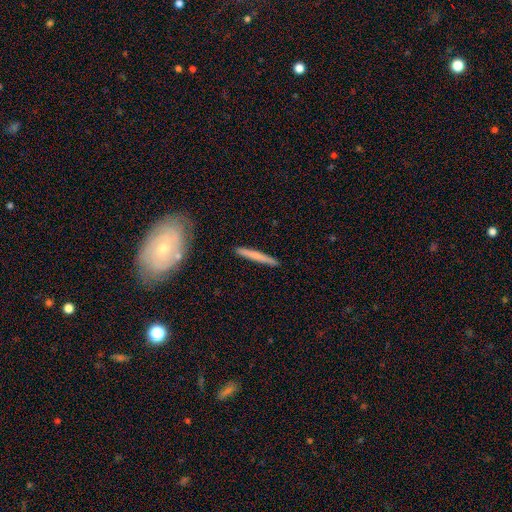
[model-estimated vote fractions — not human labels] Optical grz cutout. It shows a smooth galaxy with no disk features (64%) that is cigar-shaped (95%). Merging: none (88%).